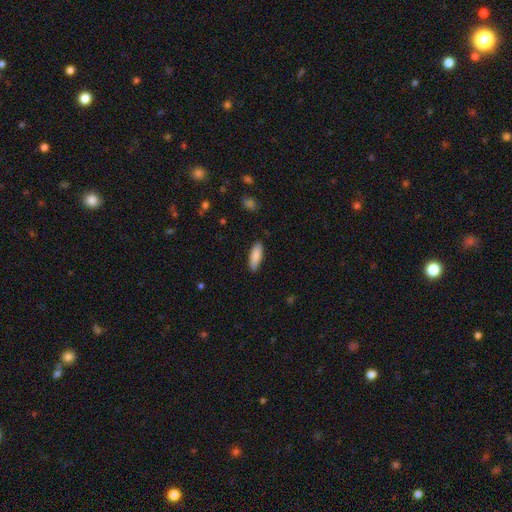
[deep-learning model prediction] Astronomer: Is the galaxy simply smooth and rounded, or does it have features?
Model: smooth — 86%.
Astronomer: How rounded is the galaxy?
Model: in between — 64%.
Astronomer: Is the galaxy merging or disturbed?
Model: none — 87%.